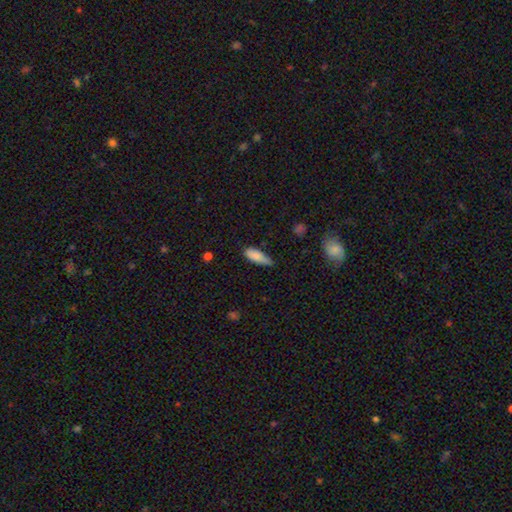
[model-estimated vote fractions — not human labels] smooth_or_featured: smooth (p=0.85) [alt: featured or disk p=0.08]
how_rounded: in between (p=0.68) [alt: cigar-shaped p=0.30]
merging: none (p=0.46) [alt: minor disturbance p=0.42]